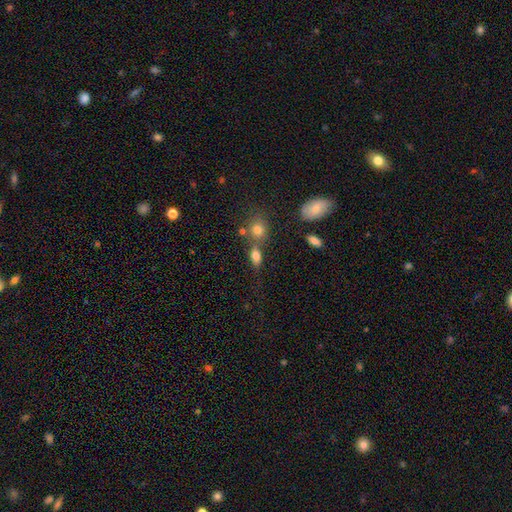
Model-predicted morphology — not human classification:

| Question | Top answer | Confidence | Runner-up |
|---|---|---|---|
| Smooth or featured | smooth | 80% | star or artifact (11%) |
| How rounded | in between | 78% | round (16%) |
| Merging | none | 53% | merger (27%) |